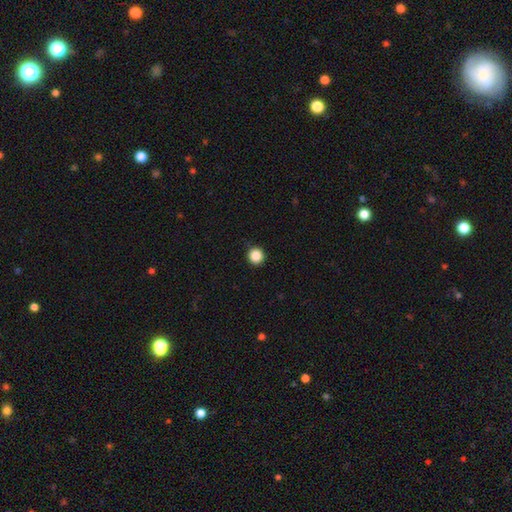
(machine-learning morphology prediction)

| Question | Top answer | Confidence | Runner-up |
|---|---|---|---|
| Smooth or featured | smooth | 87% | star or artifact (10%) |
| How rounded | round | 95% | in between (4%) |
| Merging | none | 91% | minor disturbance (6%) |